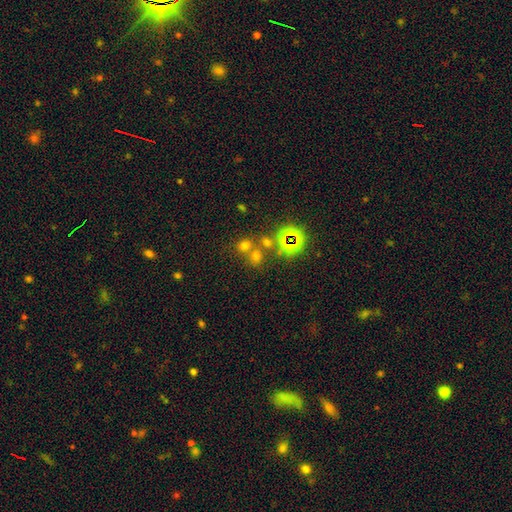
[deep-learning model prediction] smooth 56%, star or artifact 35%, featured or disk 10%. Down the decision tree: how rounded — round (82%); merging — none (58%).